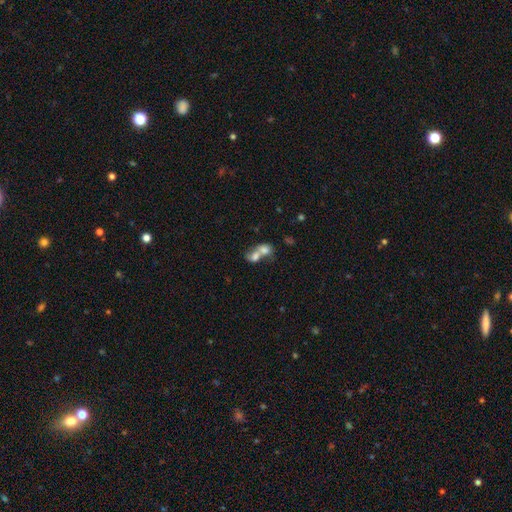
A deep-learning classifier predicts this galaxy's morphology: type=smooth (70%); roundness=in between (58%); merging=merger (78%).